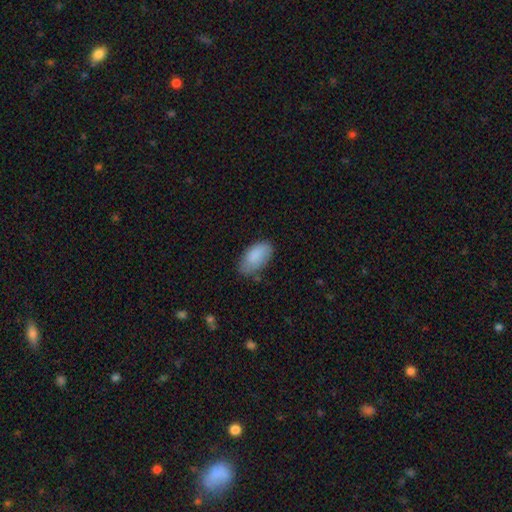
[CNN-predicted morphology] Smooth or featured? smooth (86%)
How rounded? in between (94%)
Merging? none (70%)